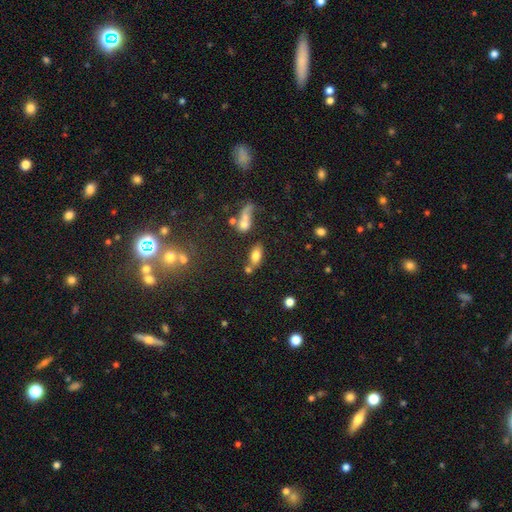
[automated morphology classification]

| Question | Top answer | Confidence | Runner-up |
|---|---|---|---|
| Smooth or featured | smooth | 72% | featured or disk (16%) |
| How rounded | in between | 82% | cigar-shaped (10%) |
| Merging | none | 53% | merger (26%) |